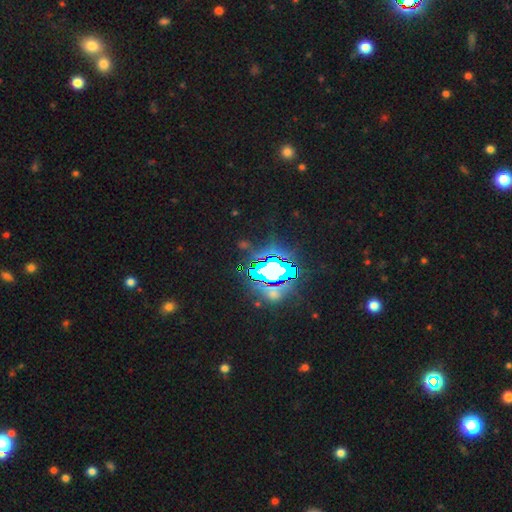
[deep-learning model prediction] This is likely a star or artifact rather than a galaxy (79%).